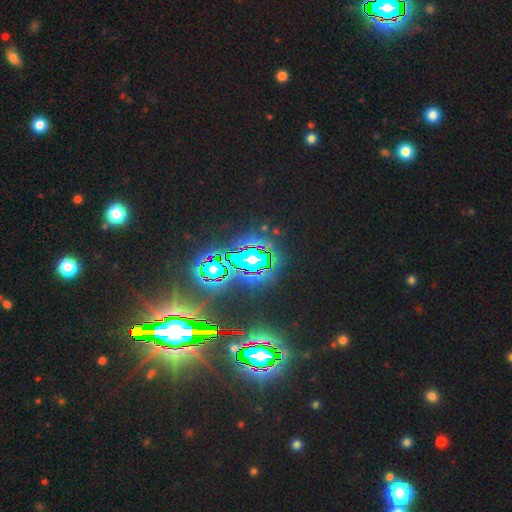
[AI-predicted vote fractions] A star or artifact, not a galaxy (85%).